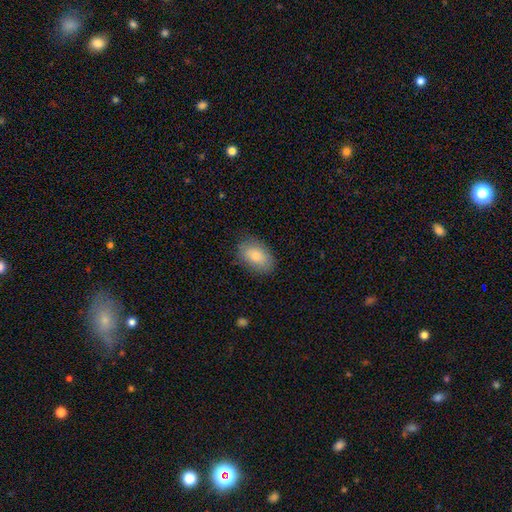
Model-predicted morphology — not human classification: type=smooth (80%); roundness=in between (89%); merging=none (80%).